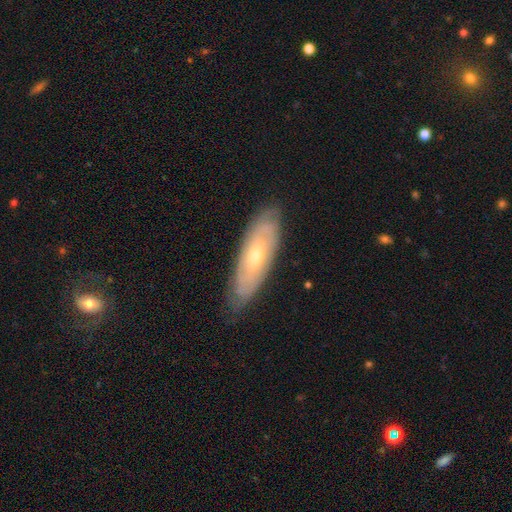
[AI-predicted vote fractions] A featured or disk galaxy (67%) with no bar (76%), spiral arms (76%) and a small central bulge (59%).

Vote fractions:
- Smooth or featured? featured or disk: 67% / smooth: 26% / star or artifact: 7%
- Edge-on disk? no: 77% / yes: 23%
- Bar? no: 76% / weak: 19% / strong: 5%
- Spiral arms? yes: 76% / no: 24%
- Bulge size? small: 59% / moderate: 38% / large: 1% / none: 1% / dominant: 1%
- Merging? none: 81% / minor disturbance: 15% / major disturbance: 3% / merger: 1%